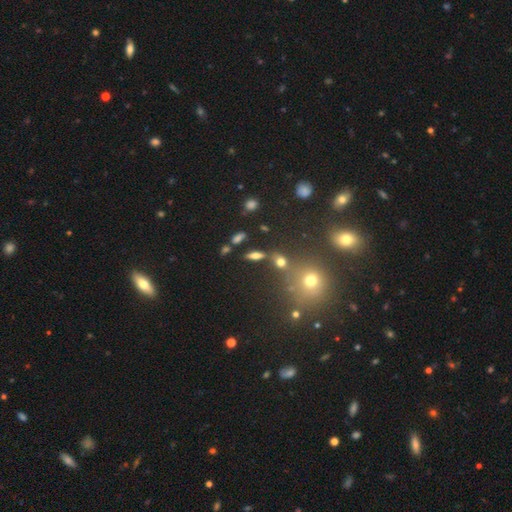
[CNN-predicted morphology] smooth_or_featured: smooth (p=0.59) [alt: featured or disk p=0.25]
how_rounded: in between (p=0.59) [alt: cigar-shaped p=0.32]
merging: none (p=0.69) [alt: merger p=0.14]